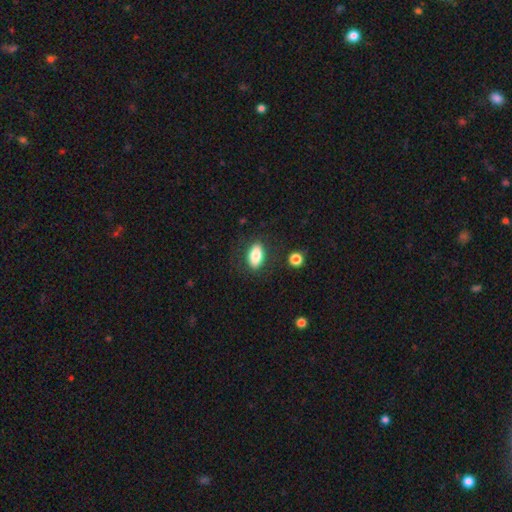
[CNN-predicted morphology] type=smooth (81%); roundness=in between (89%); merging=none (83%).